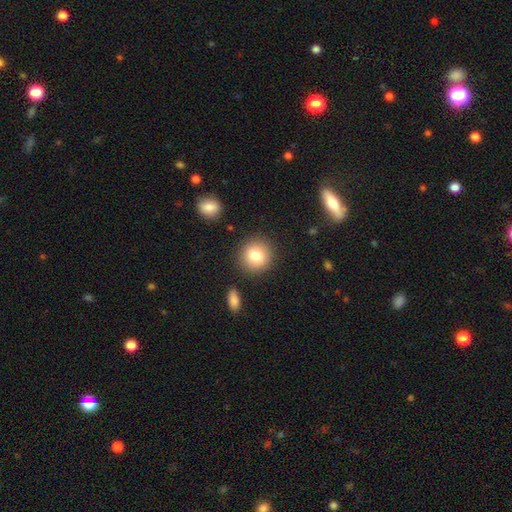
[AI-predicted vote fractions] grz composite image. It shows a smooth galaxy with no disk features (81%) that is round (90%). Merging: none (87%).